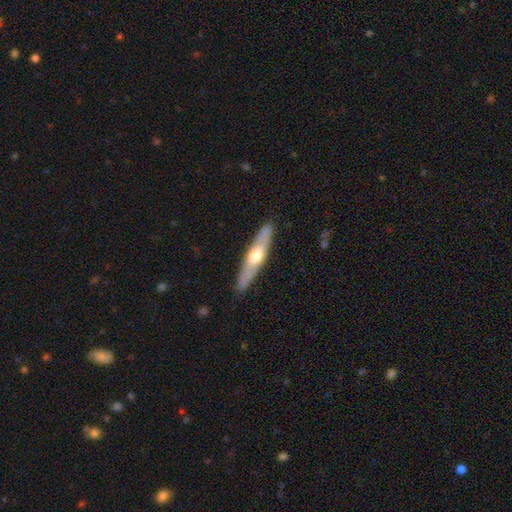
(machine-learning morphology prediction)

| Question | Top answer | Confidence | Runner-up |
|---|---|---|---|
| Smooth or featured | featured or disk | 53% | smooth (43%) |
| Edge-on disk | yes | 82% | no (18%) |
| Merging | none | 88% | minor disturbance (9%) |